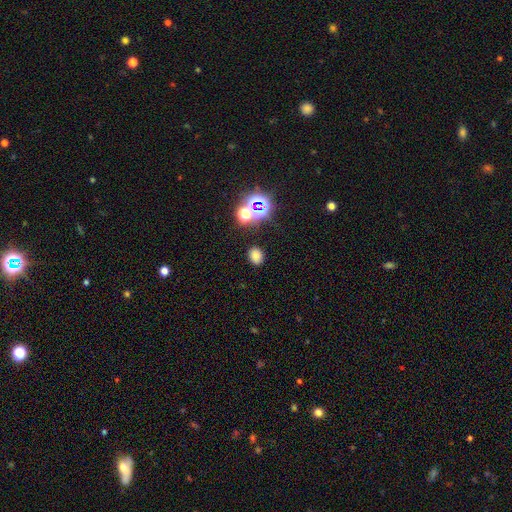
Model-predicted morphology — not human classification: The model was most divided on "how rounded": in between: 58%, round: 41%, cigar-shaped: 1%. More confident: merging — none (85%); smooth or featured — smooth (73%).